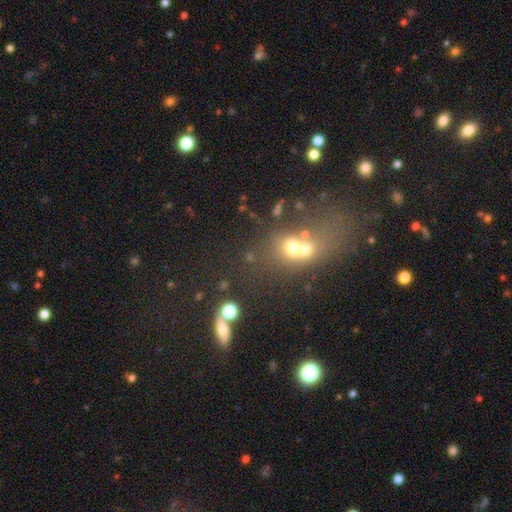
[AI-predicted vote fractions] A smooth galaxy with no disk features (42%).

Vote fractions:
- Smooth or featured? smooth: 42% / star or artifact: 38% / featured or disk: 20%
- Merging? none: 43% / merger: 23% / major disturbance: 18% / minor disturbance: 16%